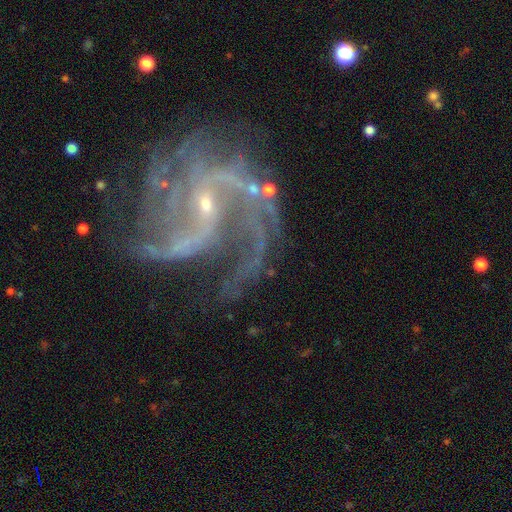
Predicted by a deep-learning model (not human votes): Morphology: type=featured or disk (90%); edge-on=no (98%); bar=weak (42%); spiral arms=yes (98%); winding=medium (51%); arm count=2 (27%); bulge=small (85%); merging=none (59%).